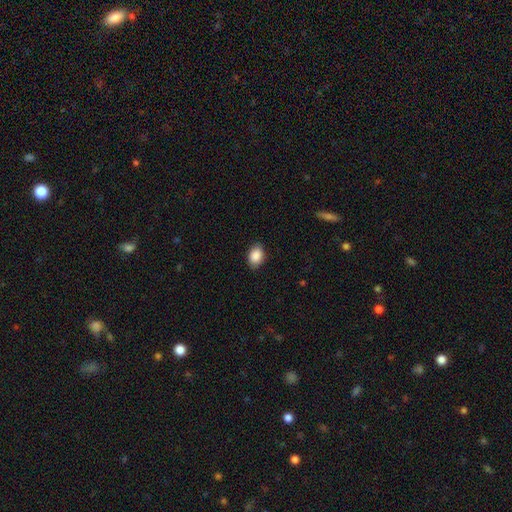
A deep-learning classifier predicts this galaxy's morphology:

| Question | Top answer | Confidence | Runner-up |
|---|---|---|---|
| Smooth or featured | smooth | 89% | star or artifact (7%) |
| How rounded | in between | 81% | round (18%) |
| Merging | none | 85% | minor disturbance (12%) |